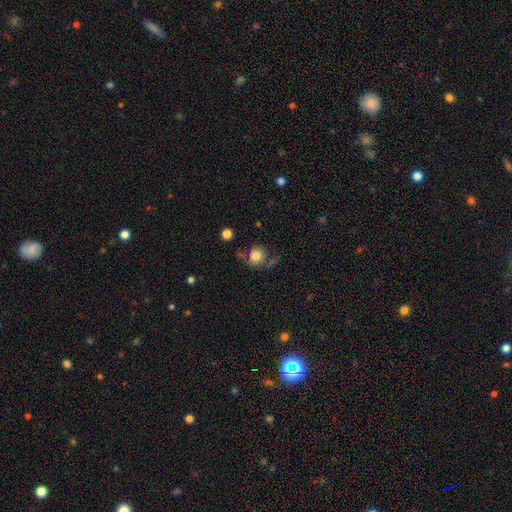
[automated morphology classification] Overall: smooth (77%). How rounded: round (85%). Merging: none (60%).